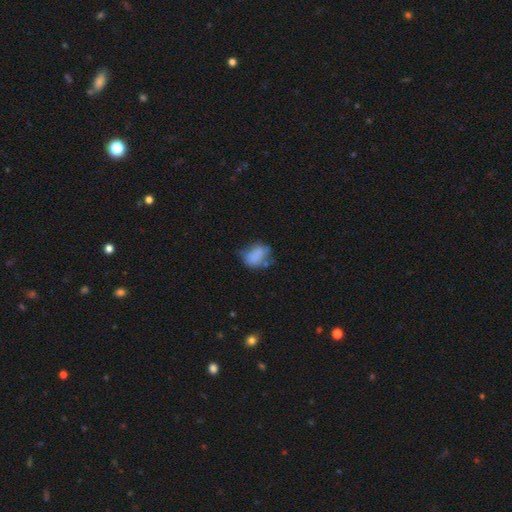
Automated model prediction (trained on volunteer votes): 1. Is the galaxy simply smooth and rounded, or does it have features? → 74% smooth, 17% featured or disk, 10% star or artifact.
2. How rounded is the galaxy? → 73% in between, 25% round, 2% cigar-shaped.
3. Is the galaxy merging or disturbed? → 40% none, 32% minor disturbance, 18% major disturbance, 10% merger.